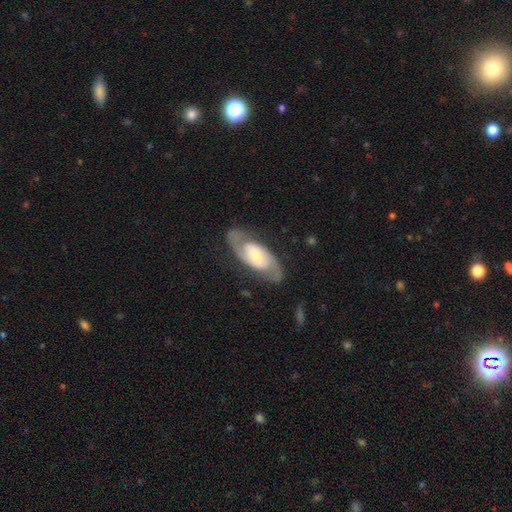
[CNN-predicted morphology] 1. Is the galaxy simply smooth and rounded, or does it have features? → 82% featured or disk, 13% smooth, 5% star or artifact.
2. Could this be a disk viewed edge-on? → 94% no, 6% yes.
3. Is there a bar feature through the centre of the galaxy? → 42% no, 39% weak, 20% strong.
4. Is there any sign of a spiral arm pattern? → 95% yes, 5% no.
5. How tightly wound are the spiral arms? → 50% medium, 29% tight, 21% loose.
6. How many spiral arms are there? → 90% 2, 5% can't tell, 2% 1, 1% 3, 1% 4, 1% more than 4.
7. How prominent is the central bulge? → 44% small, 36% moderate, 12% large, 6% none, 2% dominant.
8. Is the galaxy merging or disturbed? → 77% none, 14% minor disturbance, 8% major disturbance, 1% merger.